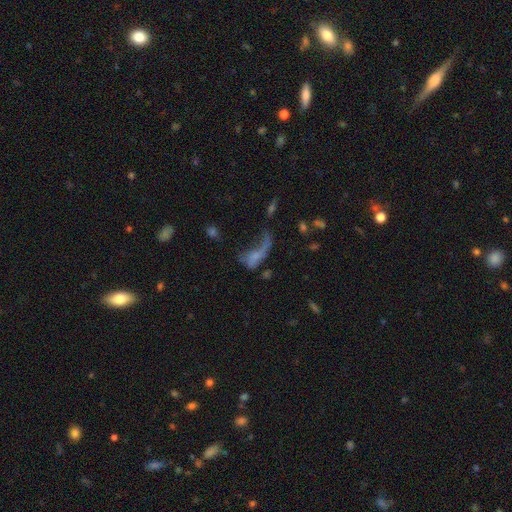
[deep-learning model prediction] A smooth galaxy with no disk features (45%).

Vote fractions:
- Smooth or featured? smooth: 45% / featured or disk: 39% / star or artifact: 16%
- Merging? major disturbance: 53% / none: 18% / merger: 14% / minor disturbance: 14%